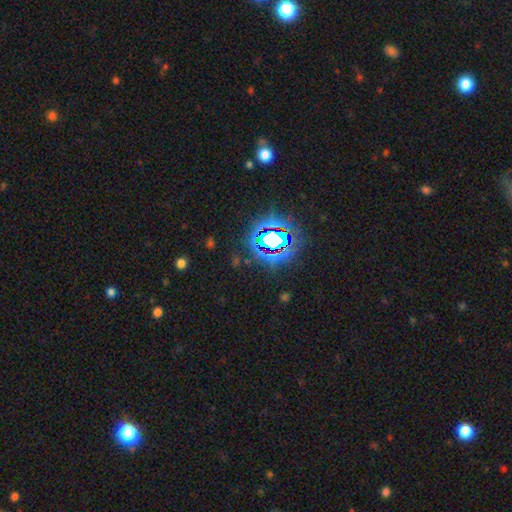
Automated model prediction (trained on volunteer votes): smooth_or_featured: star or artifact (p=0.81) [alt: smooth p=0.12]